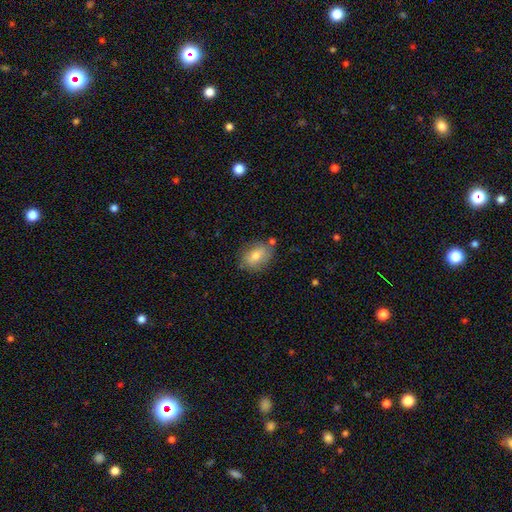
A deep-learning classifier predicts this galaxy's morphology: Smooth or featured: smooth — 71% (featured or disk — 21%)
How rounded: in between — 74% (round — 24%)
Merging: none — 74% (minor disturbance — 17%)